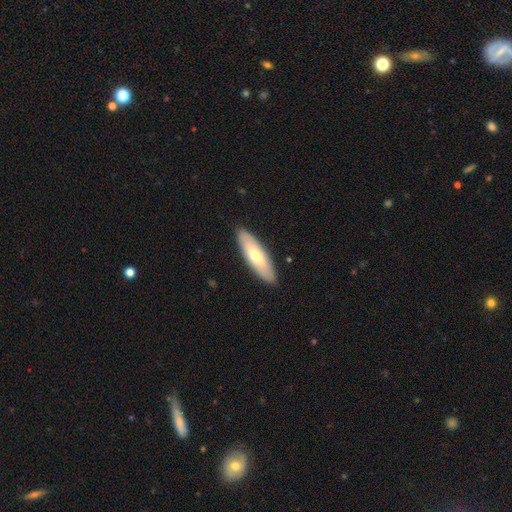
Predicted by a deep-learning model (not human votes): Smooth or featured? Predicted: smooth (p=0.58). How rounded? Predicted: cigar-shaped (p=0.51). Merging? Predicted: none (p=0.88).